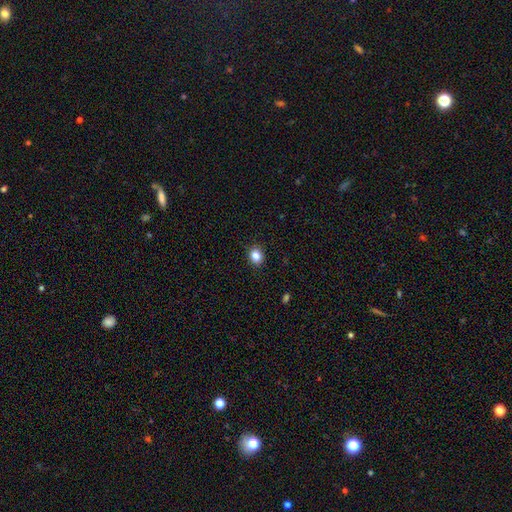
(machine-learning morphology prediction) smooth_or_featured: smooth (p=0.84) [alt: star or artifact p=0.10]
how_rounded: round (p=0.57) [alt: in between p=0.42]
merging: none (p=0.89) [alt: minor disturbance p=0.08]